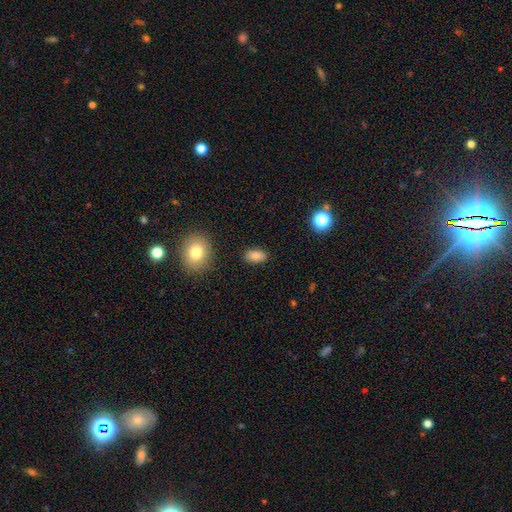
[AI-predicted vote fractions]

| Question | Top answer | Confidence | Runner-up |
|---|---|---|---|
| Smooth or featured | smooth | 83% | star or artifact (9%) |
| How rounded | in between | 90% | round (8%) |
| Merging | none | 86% | minor disturbance (9%) |